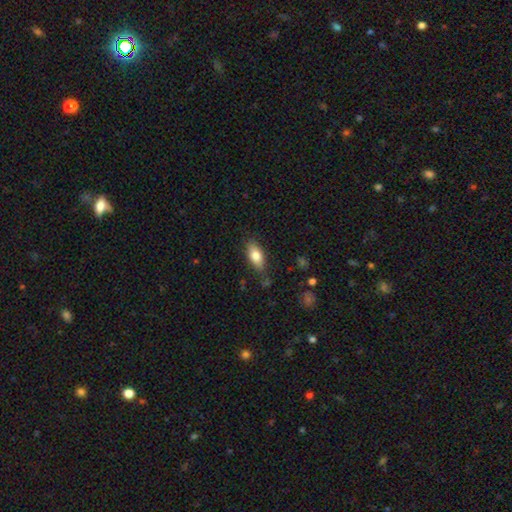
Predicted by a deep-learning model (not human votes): Smooth or featured? Predicted: smooth (p=0.78). How rounded? Predicted: in between (p=0.83). Merging? Predicted: none (p=0.78).